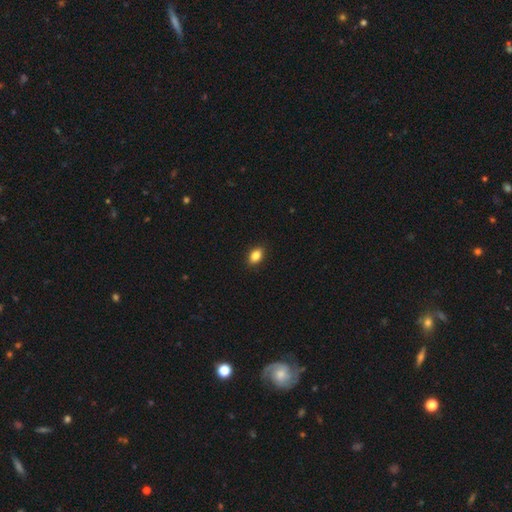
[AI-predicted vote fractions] Smooth or featured? Predicted: smooth (p=0.85). How rounded? Predicted: in between (p=0.83). Merging? Predicted: none (p=0.89).